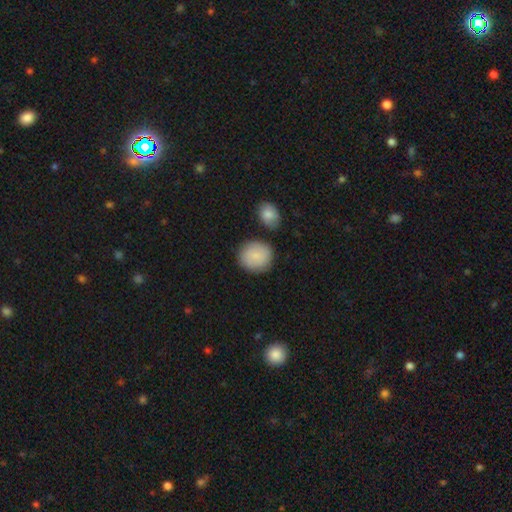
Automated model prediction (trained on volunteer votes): Overall: smooth (87%). How rounded: round (81%). Merging: none (78%).